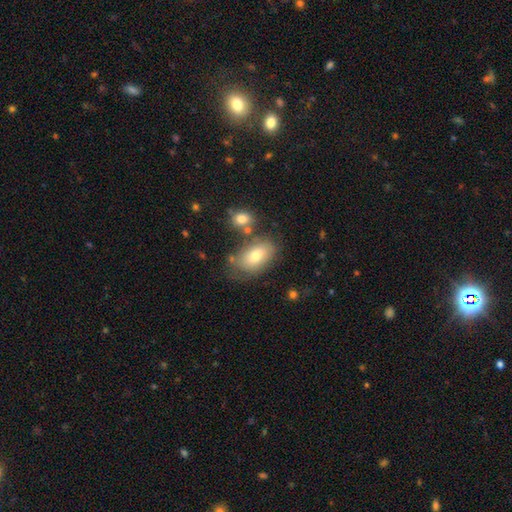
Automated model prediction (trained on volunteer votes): A smooth galaxy with no disk features (71%) that is in between round and cigar-shaped (90%).

Vote fractions:
- Smooth or featured? smooth: 71% / featured or disk: 20% / star or artifact: 8%
- How rounded? in between: 90% / round: 8% / cigar-shaped: 2%
- Merging? none: 61% / minor disturbance: 19% / merger: 13% / major disturbance: 7%